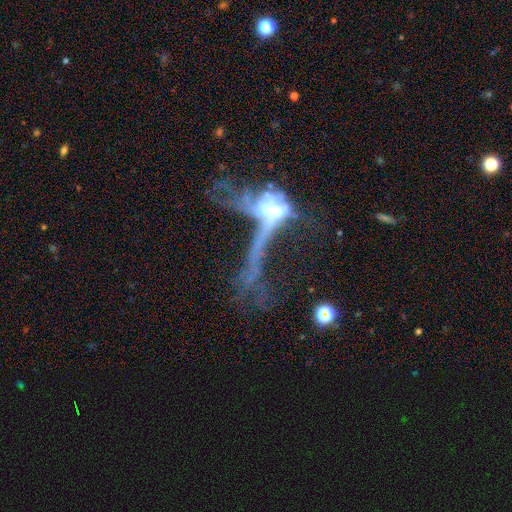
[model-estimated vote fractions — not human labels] A featured or disk galaxy (59%).

Vote fractions:
- Smooth or featured? featured or disk: 59% / star or artifact: 21% / smooth: 20%
- Edge-on disk? no: 64% / yes: 36%
- Merging? major disturbance: 50% / merger: 29% / none: 13% / minor disturbance: 7%